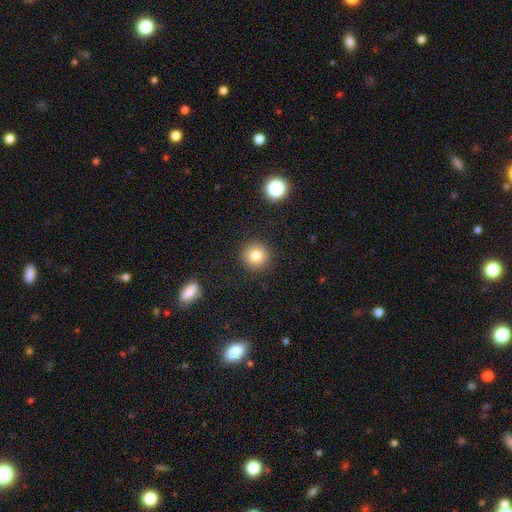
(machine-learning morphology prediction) This is likely a smooth galaxy (80%). How rounded: clearly round (94%). Merging: clearly none (90%).